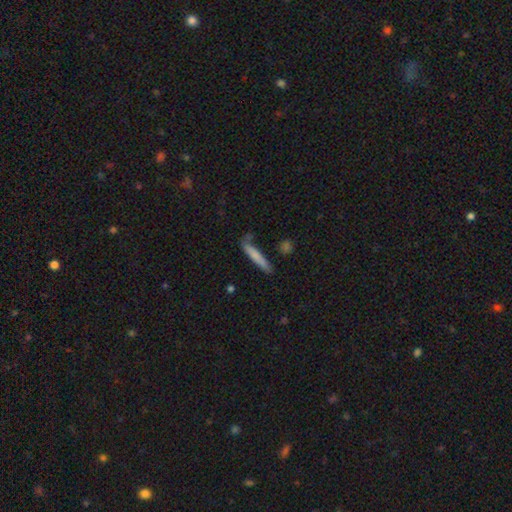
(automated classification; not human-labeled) The model was most divided on "smooth or featured": smooth: 74%, featured or disk: 19%, star or artifact: 6%. More confident: how rounded — cigar-shaped (93%); merging — none (76%).